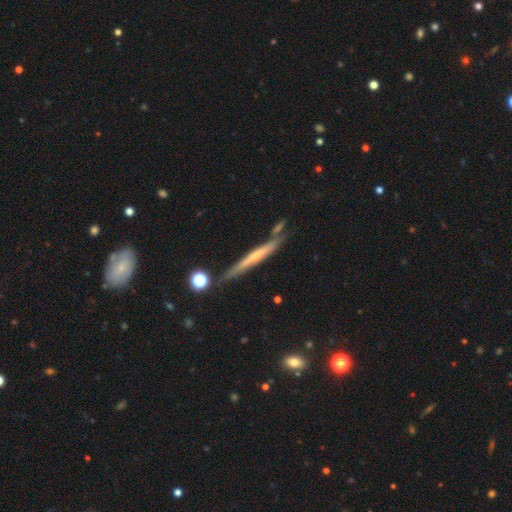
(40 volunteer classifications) This appears to be a featured or disk galaxy (65%) viewed edge-on (100%) with a rounded central bulge (54%). Merging: none (91%).